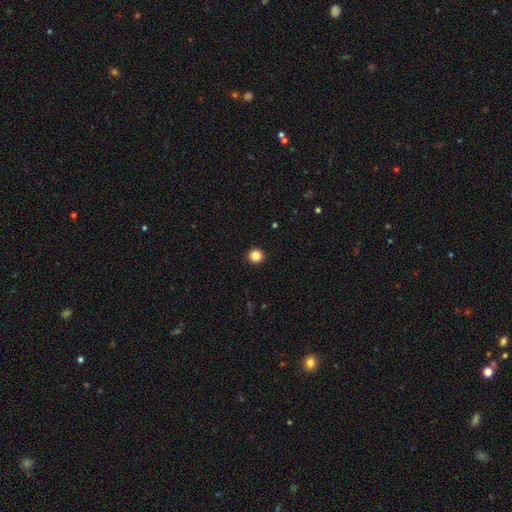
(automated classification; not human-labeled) The model was most divided on "smooth or featured": smooth: 85%, star or artifact: 11%, featured or disk: 4%. More confident: how rounded — round (95%); merging — none (94%).